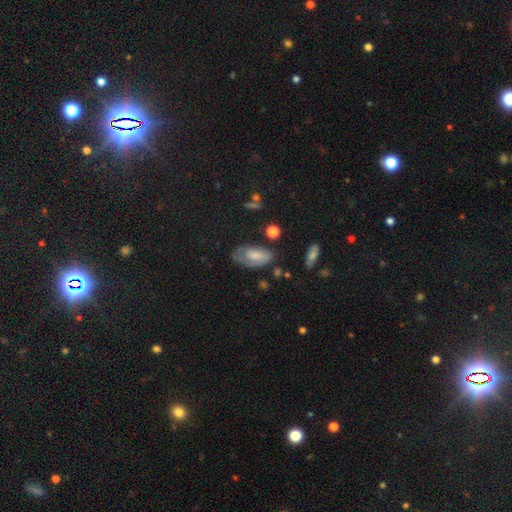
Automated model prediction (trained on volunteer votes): Smooth or featured? Predicted: smooth (p=0.58). How rounded? Predicted: in between (p=0.91). Merging? Predicted: none (p=0.48).